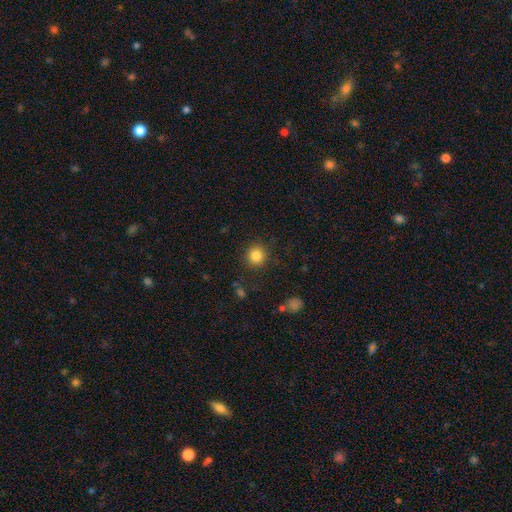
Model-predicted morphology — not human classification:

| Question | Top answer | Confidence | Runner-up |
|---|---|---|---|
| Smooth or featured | smooth | 84% | star or artifact (11%) |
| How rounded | round | 92% | in between (7%) |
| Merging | none | 89% | minor disturbance (7%) |